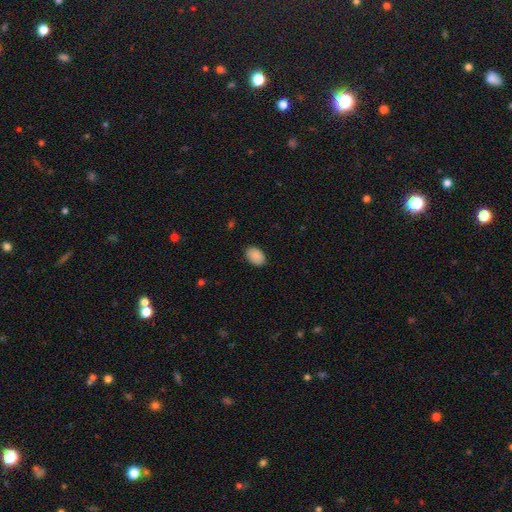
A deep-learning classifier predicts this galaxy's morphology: Overall: smooth (89%). How rounded: in between (85%). Merging: none (85%).